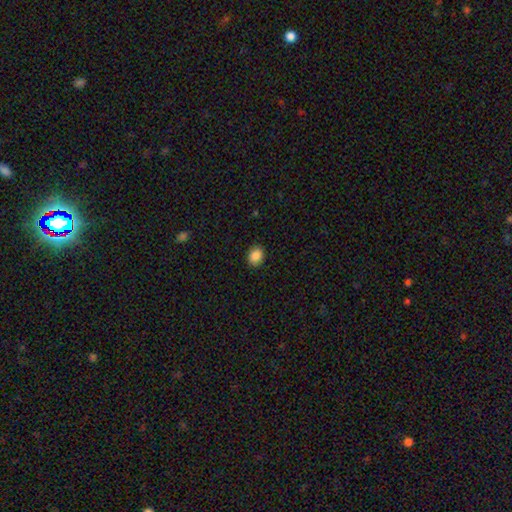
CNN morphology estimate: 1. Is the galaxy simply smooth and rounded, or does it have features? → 87% smooth, 9% star or artifact, 4% featured or disk.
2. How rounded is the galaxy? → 54% round, 45% in between, 1% cigar-shaped.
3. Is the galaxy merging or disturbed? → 90% none, 7% minor disturbance, 2% major disturbance, 1% merger.